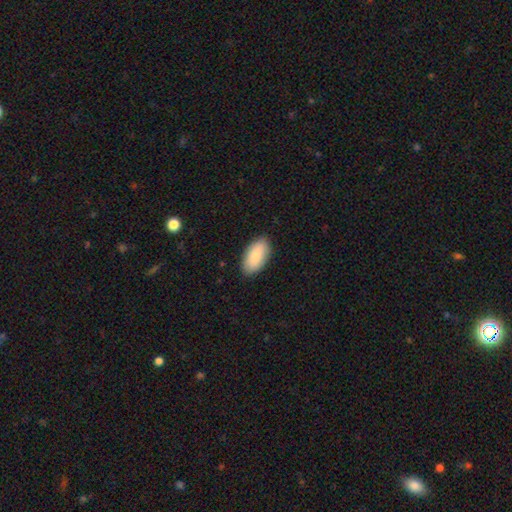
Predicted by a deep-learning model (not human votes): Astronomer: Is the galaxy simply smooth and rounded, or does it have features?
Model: smooth — 87%.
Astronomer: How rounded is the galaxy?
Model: in between — 95%.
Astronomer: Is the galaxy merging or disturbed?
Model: none — 87%.